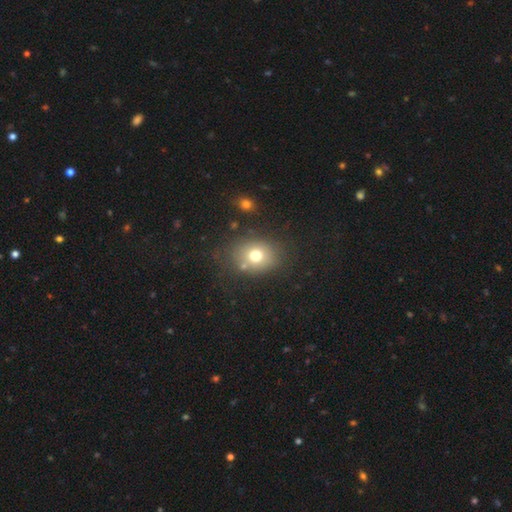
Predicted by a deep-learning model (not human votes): Morphology: type=smooth (72%); roundness=round (53%); merging=none (75%).